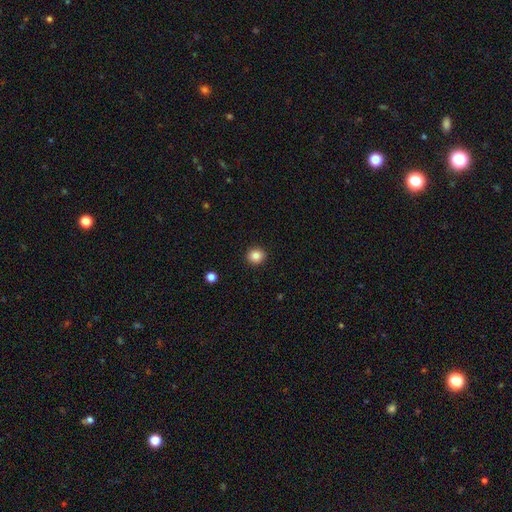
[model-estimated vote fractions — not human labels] The model was most divided on "smooth or featured": smooth: 86%, star or artifact: 10%, featured or disk: 4%. More confident: merging — none (92%); how rounded — round (87%).